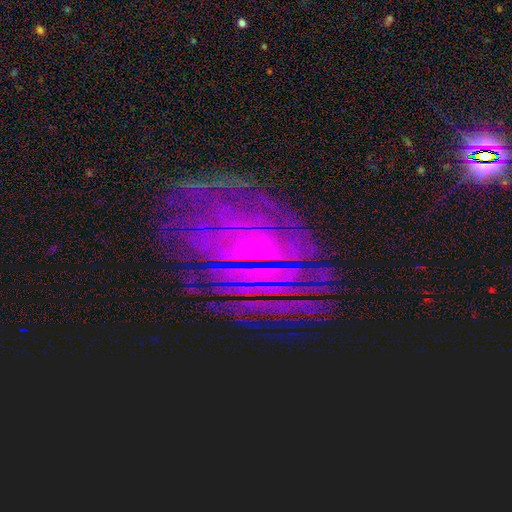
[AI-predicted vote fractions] Morphology: type=featured or disk (59%); edge-on=no (93%); bar=no (56%); spiral arms=yes (85%); bulge=small (69%); merging=none (74%).